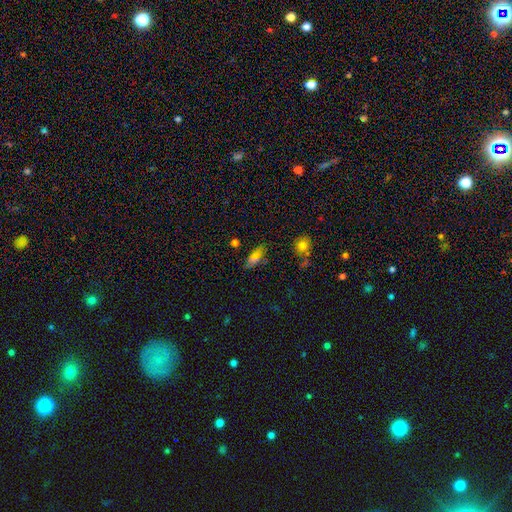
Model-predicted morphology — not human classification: Smooth or featured? Predicted: smooth (p=0.71). How rounded? Predicted: in between (p=0.71). Merging? Predicted: none (p=0.71).